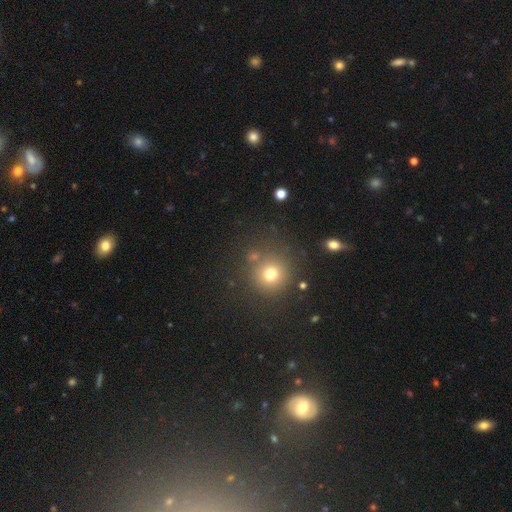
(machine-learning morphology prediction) This is likely a smooth galaxy (63%). How rounded: clearly round (92%). Merging: likely none (79%).